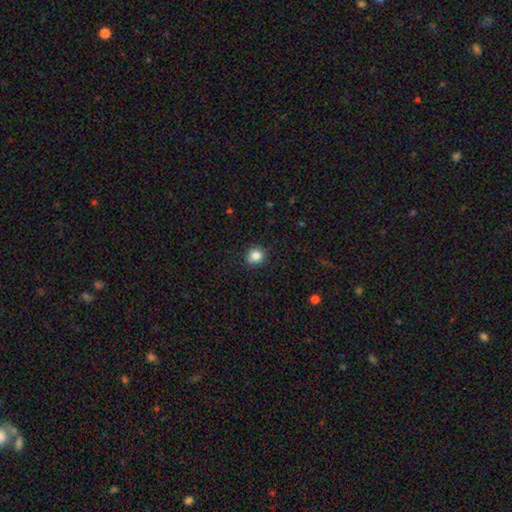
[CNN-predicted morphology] Smooth or featured: smooth — 85% (star or artifact — 10%)
How rounded: round — 88% (in between — 11%)
Merging: none — 90% (minor disturbance — 7%)